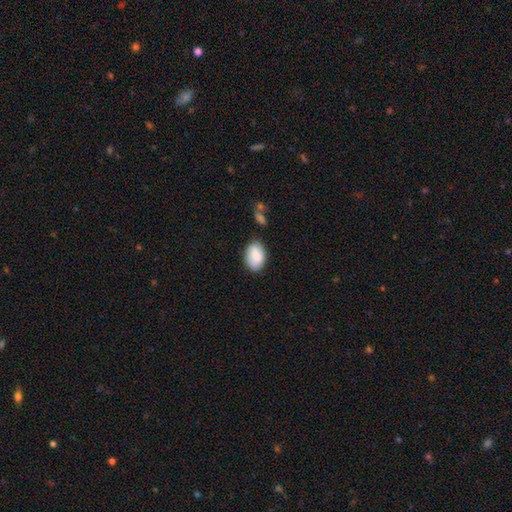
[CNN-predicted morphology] The model was most divided on "merging": none: 72%, minor disturbance: 20%, major disturbance: 4%, merger: 4%. More confident: how rounded — in between (90%); smooth or featured — smooth (82%).